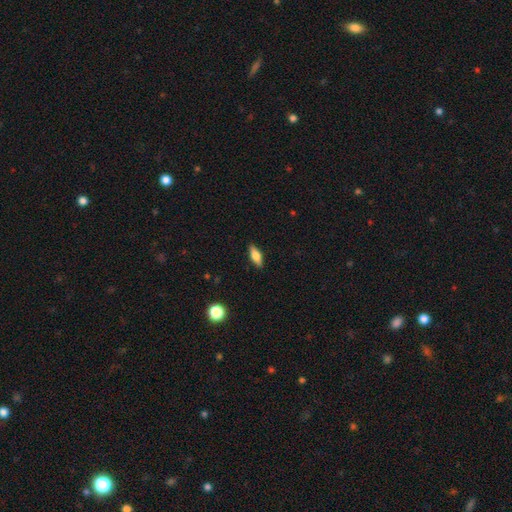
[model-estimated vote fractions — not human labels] This is likely a smooth galaxy (72%). How rounded: likely in between (73%). Merging: clearly none (88%).